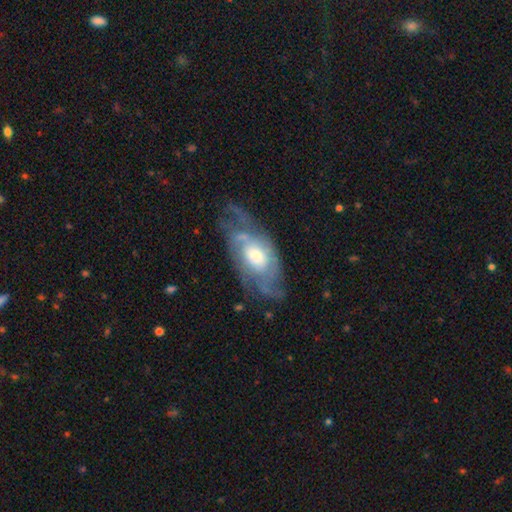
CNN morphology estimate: Smooth or featured? Predicted: featured or disk (p=0.76). Edge-on disk? Predicted: no (p=0.91). Bar? Predicted: no (p=0.73). Spiral arms? Predicted: yes (p=0.83). Spiral winding? Predicted: tight (p=0.49). Spiral arm count? Predicted: can't tell (p=0.50). Bulge size? Predicted: moderate (p=0.59). Merging? Predicted: none (p=0.55).